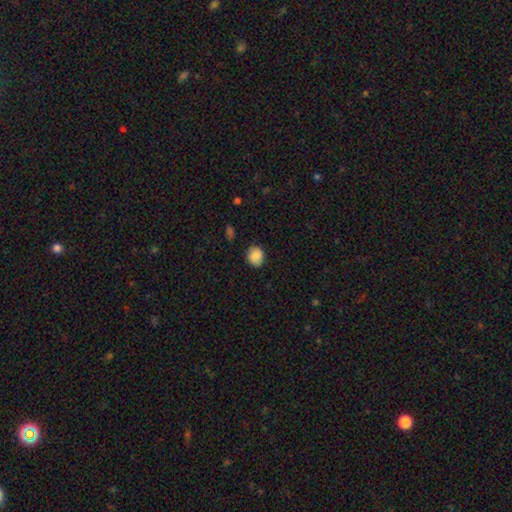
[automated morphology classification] Smooth or featured: smooth — 87% (star or artifact — 8%)
How rounded: round — 70% (in between — 29%)
Merging: none — 85% (minor disturbance — 12%)